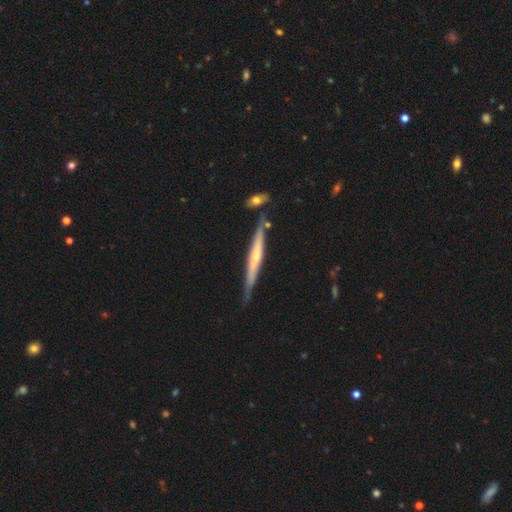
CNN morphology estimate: type=featured or disk (64%); edge-on=yes (95%); edge-on bulge=rounded (60%); merging=none (73%).